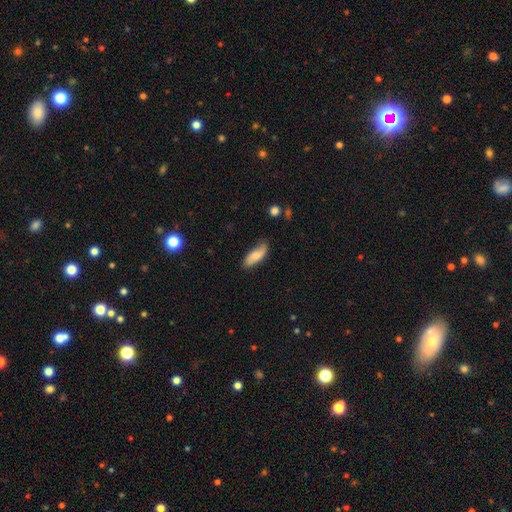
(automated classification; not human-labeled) smooth-or-featured: smooth: 66% | featured or disk: 27% | star or artifact: 6%
  how-rounded: in between: 73% | cigar-shaped: 24% | round: 2%
  merging: none: 69% | minor disturbance: 25% | major disturbance: 5% | merger: 2%